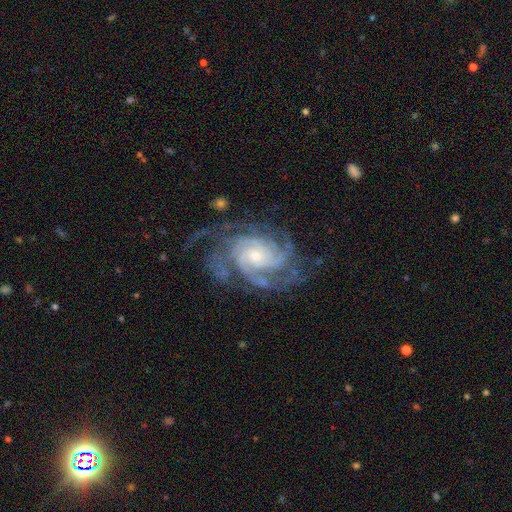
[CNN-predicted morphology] A featured or disk galaxy (91%) with no bar (68%), 3 (25%) tight (62%) spiral arms (98%) and a small central bulge (62%). Merging: none (64%).